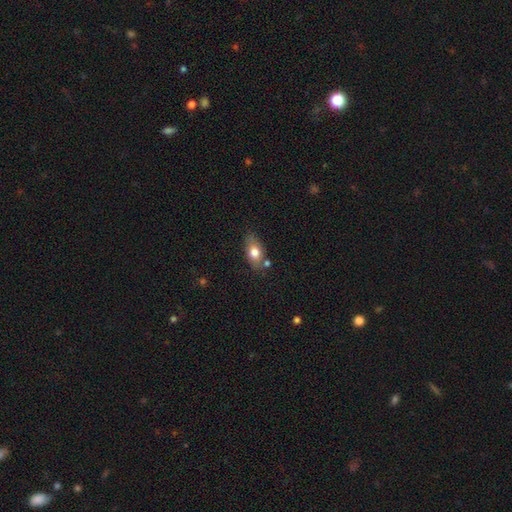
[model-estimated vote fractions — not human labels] Q: Smooth or featured?
A: smooth (70%); runner-up: featured or disk (20%)
Q: How rounded?
A: in between (81%); runner-up: round (13%)
Q: Merging?
A: none (73%); runner-up: minor disturbance (17%)